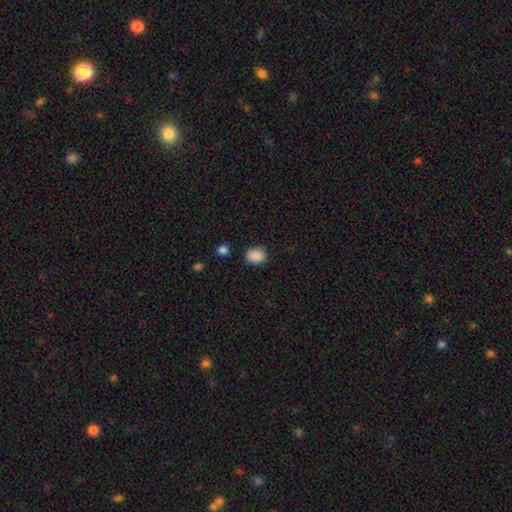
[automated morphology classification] The model was most divided on "how rounded": round: 54%, in between: 45%, cigar-shaped: 1%. More confident: smooth or featured — smooth (88%); merging — none (83%).